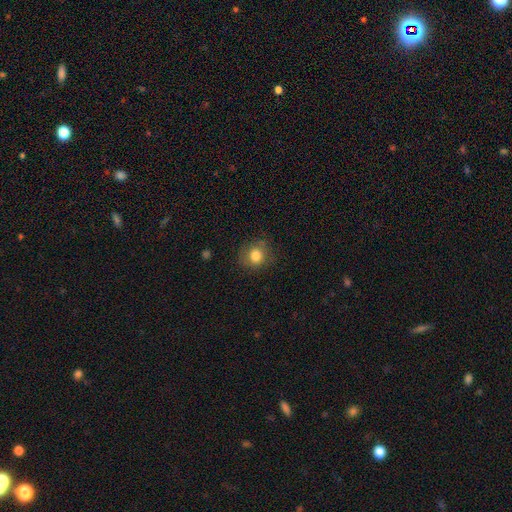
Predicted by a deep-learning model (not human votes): Smooth or featured? smooth (81%)
How rounded? round (74%)
Merging? none (77%)